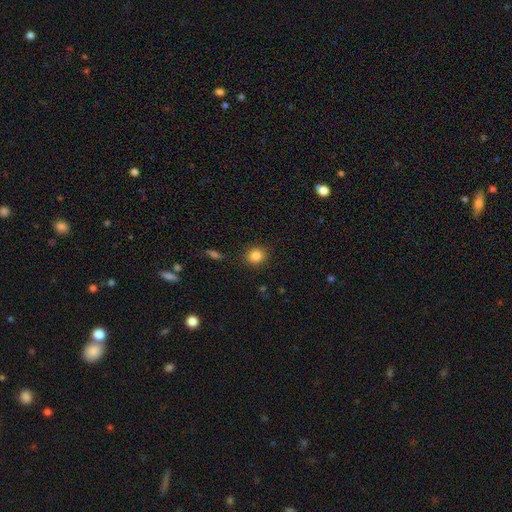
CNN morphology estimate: This appears to be a smooth galaxy with no disk features (84%) that is round (81%). Merging: none (89%).